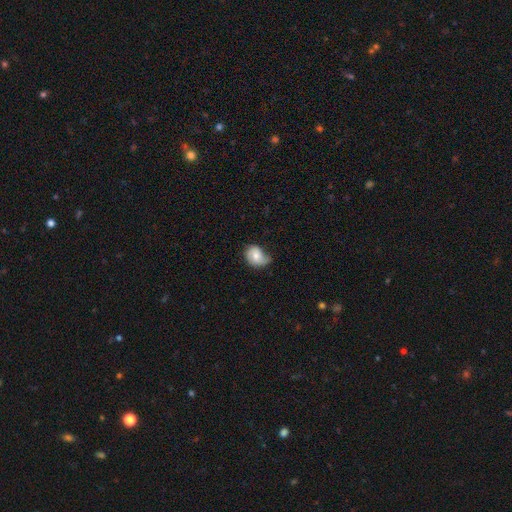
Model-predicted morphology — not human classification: Smooth or featured? Predicted: smooth (p=0.60). How rounded? Predicted: in between (p=0.54). Merging? Predicted: minor disturbance (p=0.43).